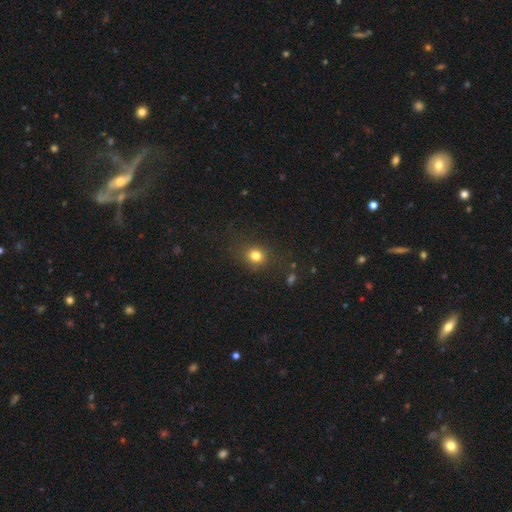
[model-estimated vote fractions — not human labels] A smooth galaxy with no disk features (78%) that is round (78%). Merging: none (83%).